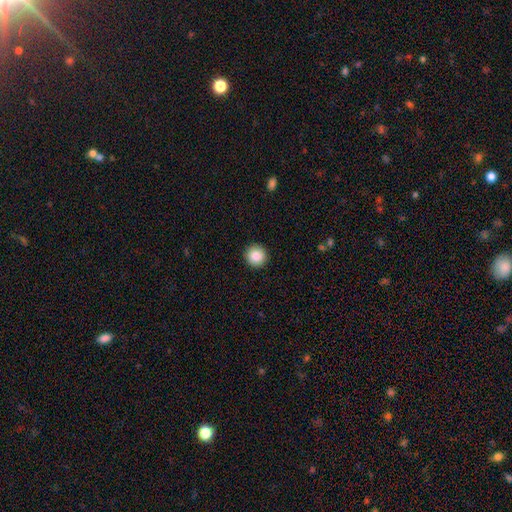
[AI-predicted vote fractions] Smooth or featured? Predicted: smooth (p=0.87). How rounded? Predicted: round (p=0.95). Merging? Predicted: none (p=0.93).